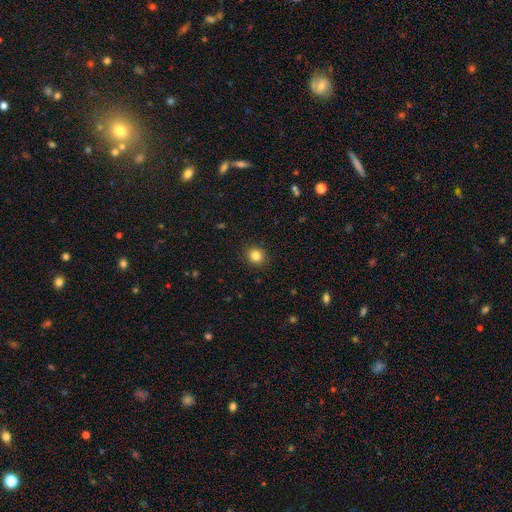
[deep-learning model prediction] smooth_or_featured: smooth (p=0.84) [alt: star or artifact p=0.11]
how_rounded: round (p=0.83) [alt: in between p=0.16]
merging: none (p=0.90) [alt: minor disturbance p=0.07]